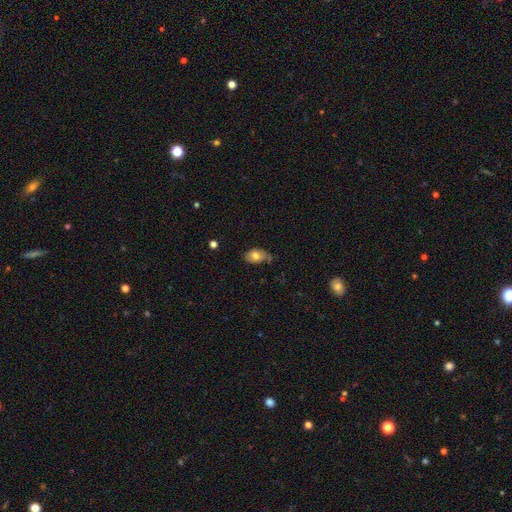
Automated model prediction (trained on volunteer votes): This appears to be a smooth galaxy with no disk features (72%) that is in between round and cigar-shaped (85%). Merging: none (51%).